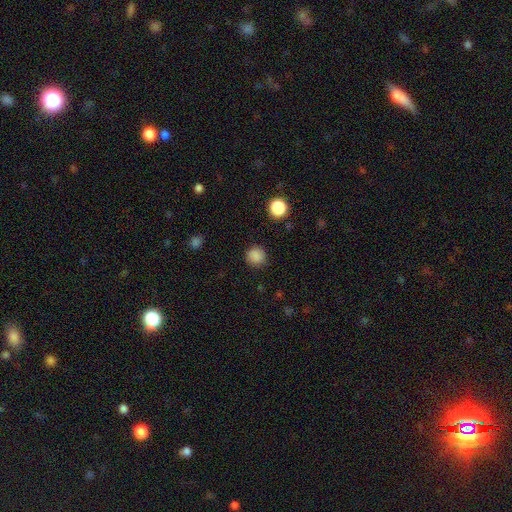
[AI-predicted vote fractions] A smooth galaxy with no disk features (85%) that is round (92%).

Vote fractions:
- Smooth or featured? smooth: 85% / star or artifact: 12% / featured or disk: 4%
- How rounded? round: 92% / in between: 7% / cigar-shaped: 1%
- Merging? none: 87% / minor disturbance: 9% / major disturbance: 3% / merger: 1%